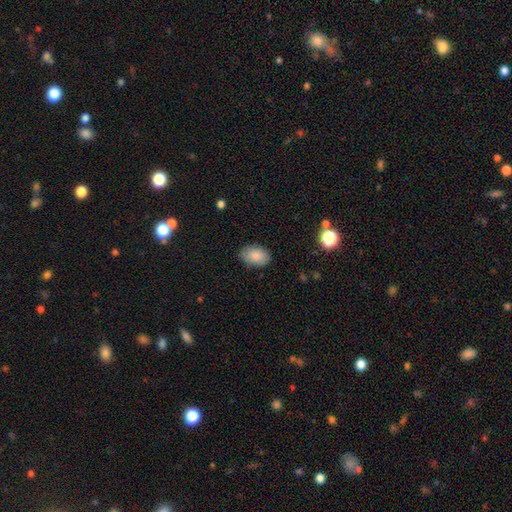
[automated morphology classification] Smooth or featured? smooth (86%)
How rounded? in between (89%)
Merging? none (85%)